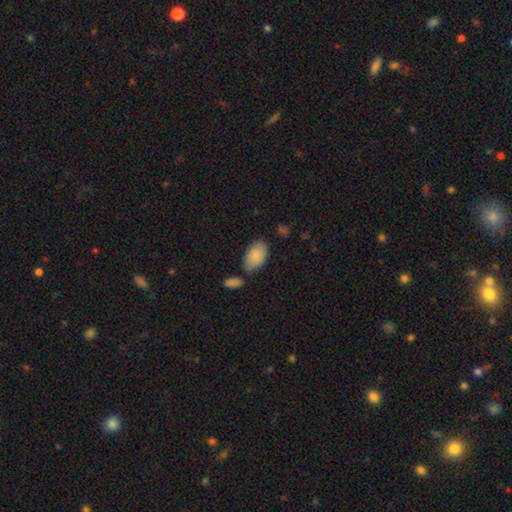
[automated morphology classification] A smooth galaxy with no disk features (87%) that is in between round and cigar-shaped (94%). Merging: none (65%).